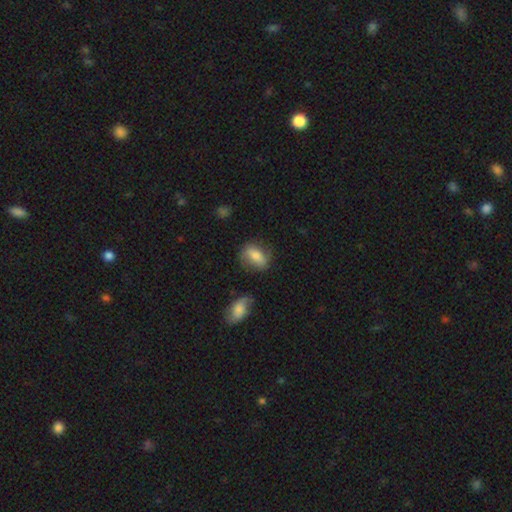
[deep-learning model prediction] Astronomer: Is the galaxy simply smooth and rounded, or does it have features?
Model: smooth — 64%.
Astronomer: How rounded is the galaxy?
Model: in between — 76%.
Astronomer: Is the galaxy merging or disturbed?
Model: none — 67%.